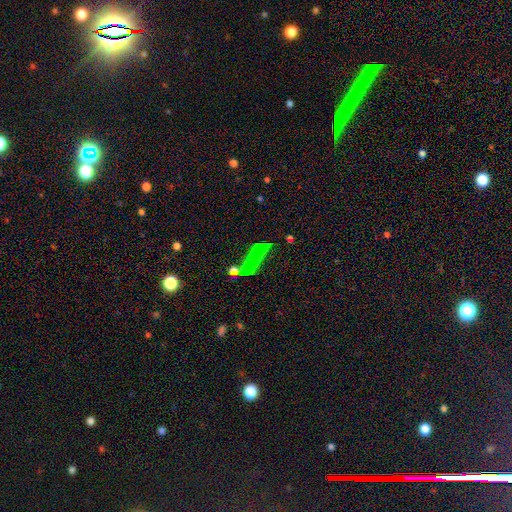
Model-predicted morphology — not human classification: Smooth or featured? featured or disk (46%)
Merging? none (68%)